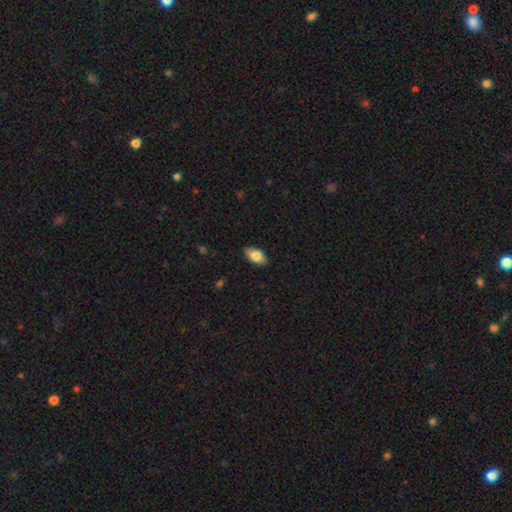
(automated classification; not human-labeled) The model was most divided on "smooth or featured": smooth: 83%, featured or disk: 11%, star or artifact: 6%. More confident: how rounded — in between (93%); merging — none (88%).